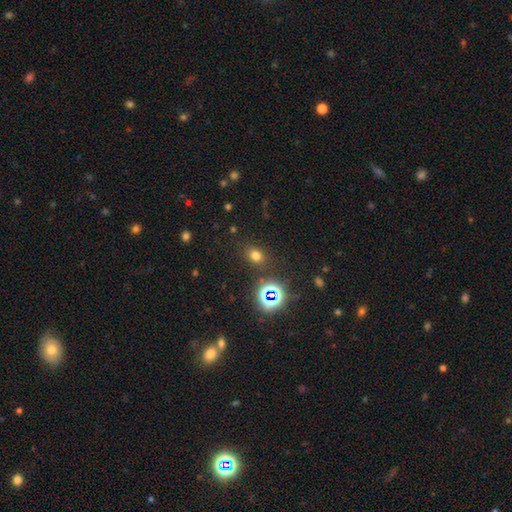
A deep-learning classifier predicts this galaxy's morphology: This appears to be a smooth galaxy with no disk features (68%) that is in between round and cigar-shaped (53%). Merging: none (84%).